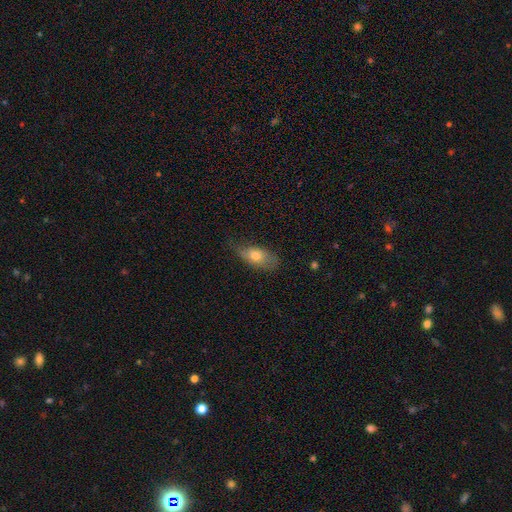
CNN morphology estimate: A smooth galaxy with no disk features (70%) that is in between round and cigar-shaped (87%). Merging: none (52%).